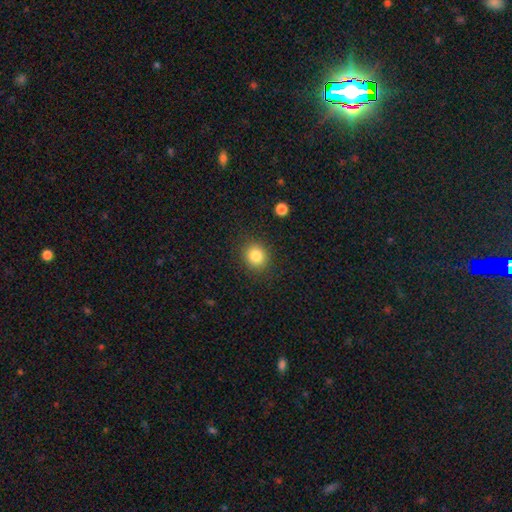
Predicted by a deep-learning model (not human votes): smooth 83%, star or artifact 11%, featured or disk 6%. Down the decision tree: how rounded — round (82%); merging — none (88%).